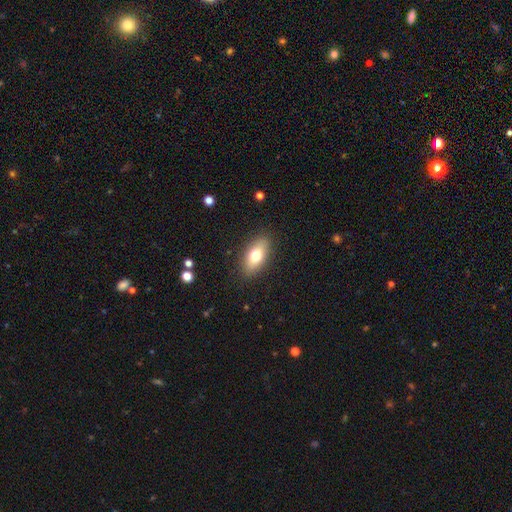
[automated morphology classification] Q: Smooth or featured?
A: smooth (71%); runner-up: featured or disk (21%)
Q: How rounded?
A: in between (83%); runner-up: cigar-shaped (12%)
Q: Merging?
A: none (87%); runner-up: minor disturbance (9%)